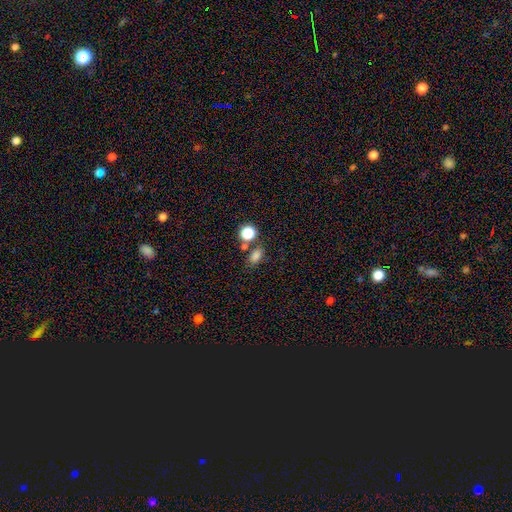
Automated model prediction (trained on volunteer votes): This is likely a smooth galaxy (79%). How rounded: likely in between (75%). Merging: likely none (65%).